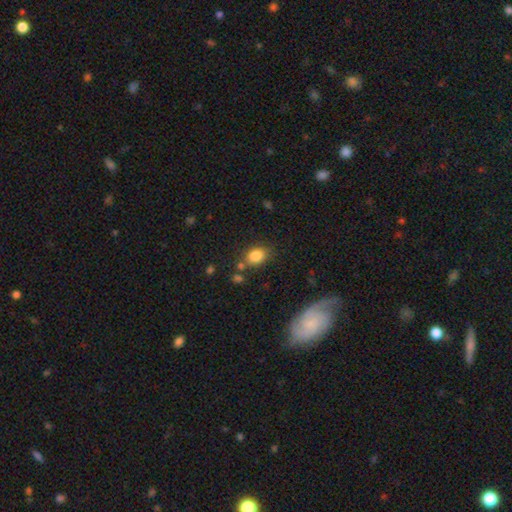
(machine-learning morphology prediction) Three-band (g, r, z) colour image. It shows a smooth galaxy with no disk features (84%) that is in between round and cigar-shaped (65%). Merging: none (72%).